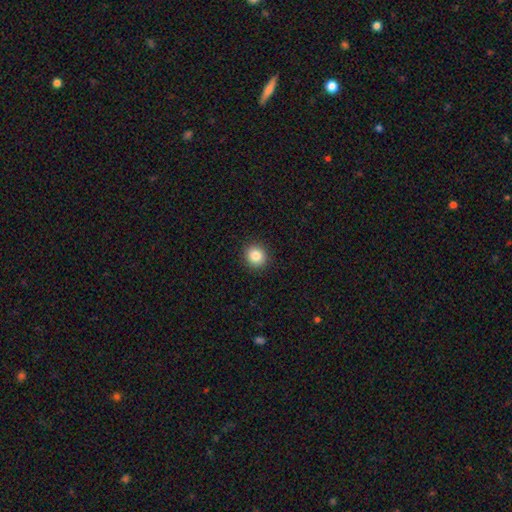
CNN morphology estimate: Smooth or featured? Predicted: smooth (p=0.85). How rounded? Predicted: round (p=0.90). Merging? Predicted: none (p=0.92).